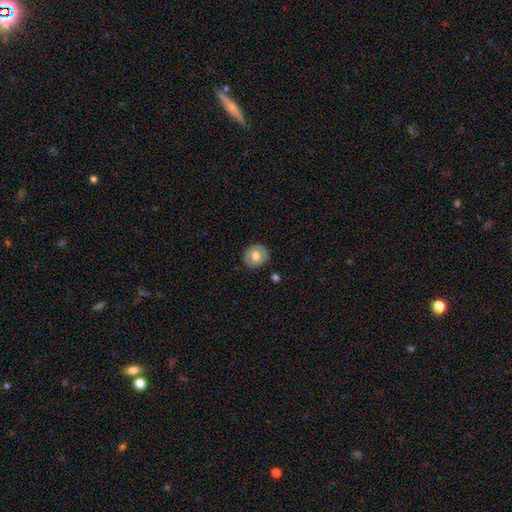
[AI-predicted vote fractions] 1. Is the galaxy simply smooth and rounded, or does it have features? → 64% smooth, 29% featured or disk, 7% star or artifact.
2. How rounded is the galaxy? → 80% round, 19% in between, 1% cigar-shaped.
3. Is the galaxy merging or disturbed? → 87% none, 9% minor disturbance, 2% major disturbance, 1% merger.